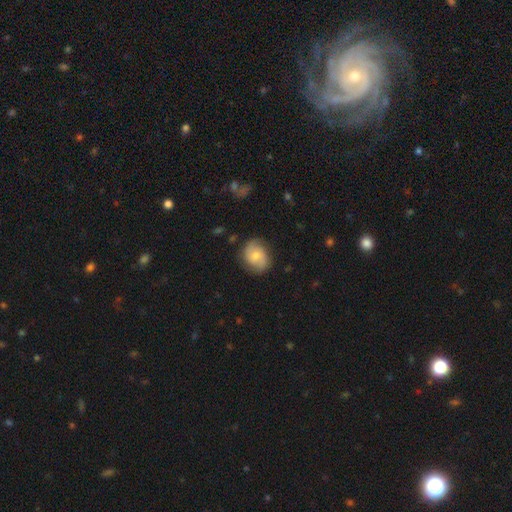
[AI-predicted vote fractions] This appears to be a smooth galaxy with no disk features (49%). Merging: none (76%).